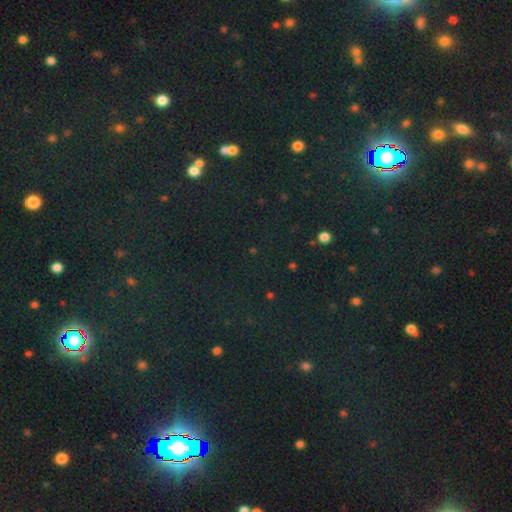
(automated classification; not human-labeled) Smooth or featured? Predicted: star or artifact (p=0.77).